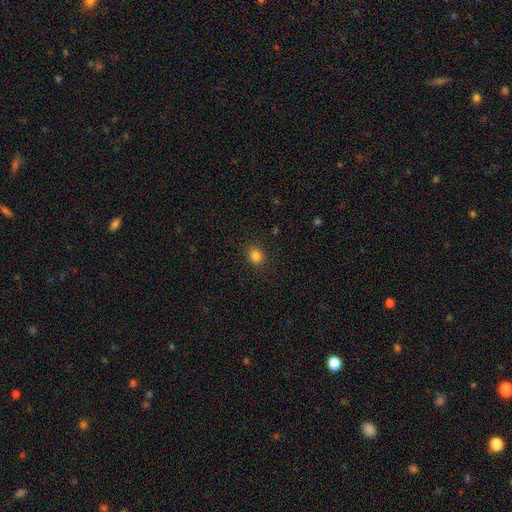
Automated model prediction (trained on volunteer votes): The model was most divided on "how rounded": round: 57%, in between: 42%, cigar-shaped: 1%. More confident: merging — none (88%); smooth or featured — smooth (83%).